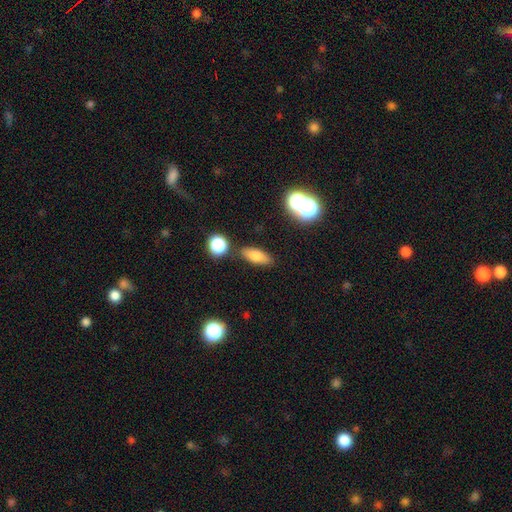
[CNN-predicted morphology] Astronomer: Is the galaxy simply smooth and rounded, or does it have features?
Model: smooth — 73%.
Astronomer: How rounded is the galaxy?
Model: in between — 70%.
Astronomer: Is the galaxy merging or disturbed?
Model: none — 80%.